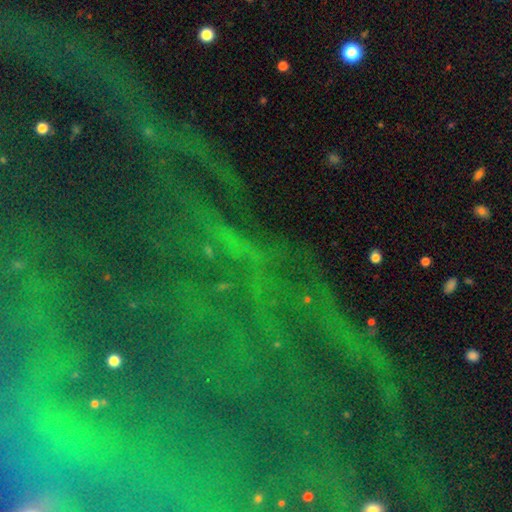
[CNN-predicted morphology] Smooth or featured: star or artifact — 80% (featured or disk — 11%)